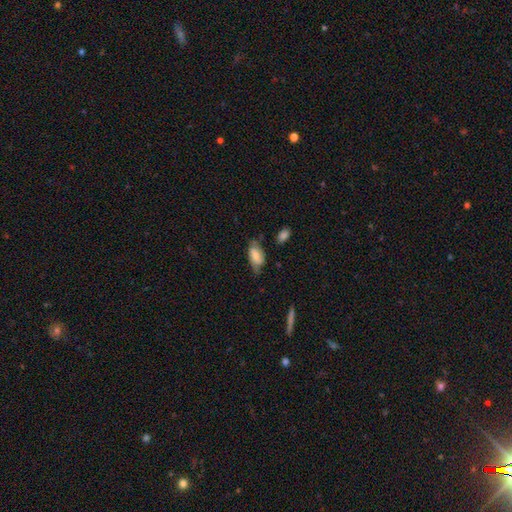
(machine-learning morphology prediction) This appears to be a smooth galaxy with no disk features (71%) that is in between round and cigar-shaped (90%). Merging: none (46%).